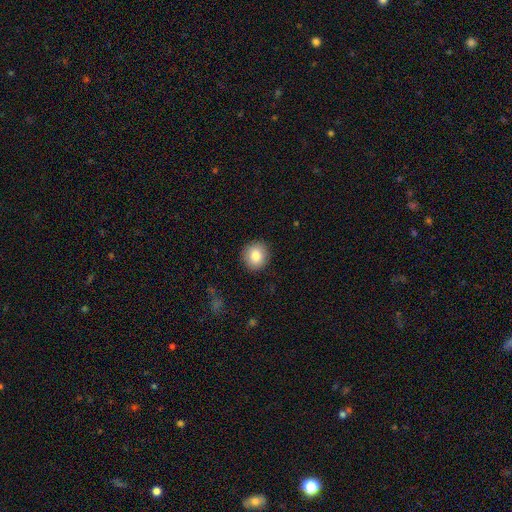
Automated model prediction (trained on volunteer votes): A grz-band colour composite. It shows a smooth galaxy with no disk features (84%) that is round (89%). Merging: none (91%).